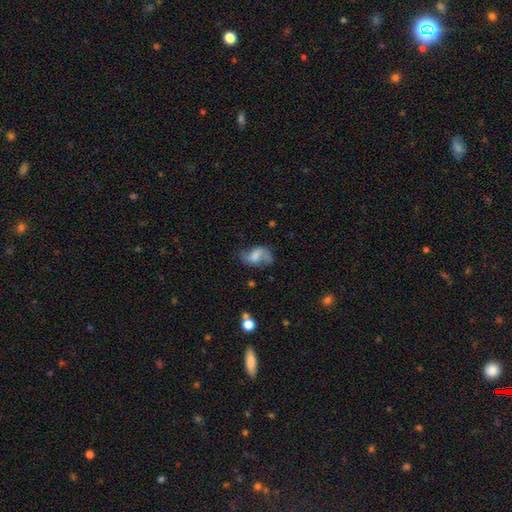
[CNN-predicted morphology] Smooth or featured? featured or disk (54%)
Edge-on disk? no (96%)
Bar? no (47%)
Spiral arms? yes (76%)
Bulge size? none (33%)
Merging? none (44%)